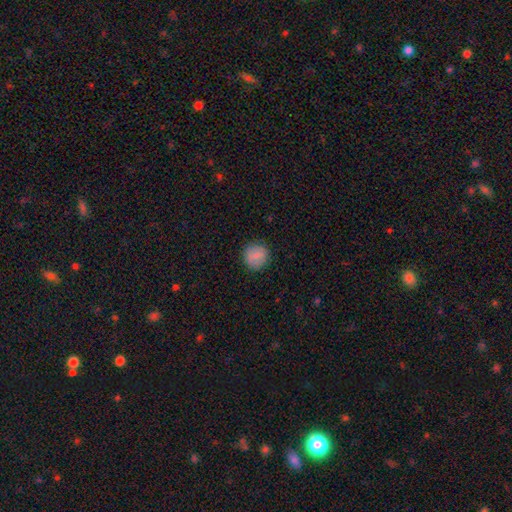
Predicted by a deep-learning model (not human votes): Q: Smooth or featured?
A: smooth (83%); runner-up: star or artifact (8%)
Q: How rounded?
A: round (93%); runner-up: in between (6%)
Q: Merging?
A: none (88%); runner-up: minor disturbance (9%)